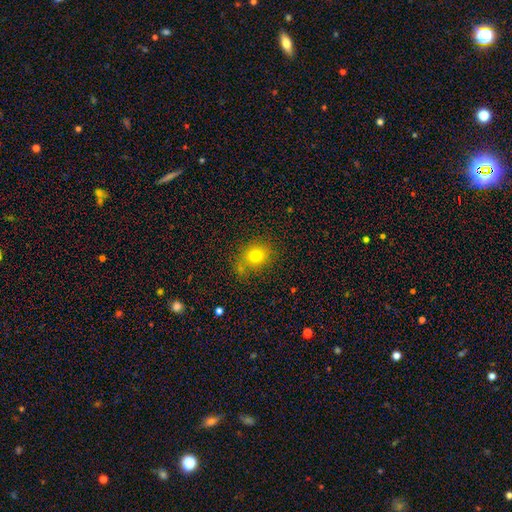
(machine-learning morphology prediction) smooth-or-featured: smooth: 76% | star or artifact: 14% | featured or disk: 10%
  how-rounded: round: 68% | in between: 31% | cigar-shaped: 1%
  merging: none: 70% | minor disturbance: 16% | merger: 8% | major disturbance: 6%